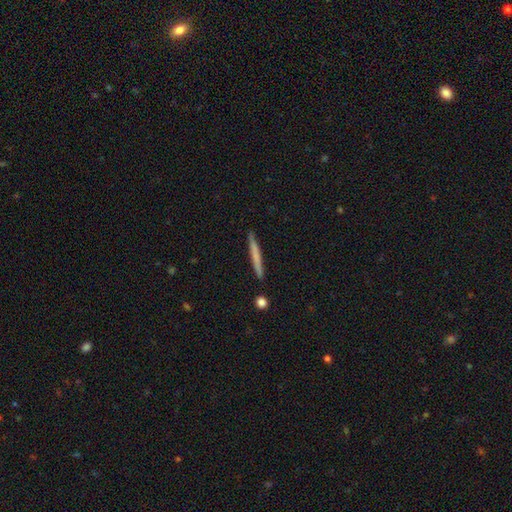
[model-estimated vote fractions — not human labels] A smooth galaxy with no disk features (60%) that is cigar-shaped (97%).

Vote fractions:
- Smooth or featured? smooth: 60% / featured or disk: 35% / star or artifact: 6%
- How rounded? cigar-shaped: 97% / in between: 2% / round: 1%
- Merging? none: 90% / minor disturbance: 7% / merger: 2% / major disturbance: 1%